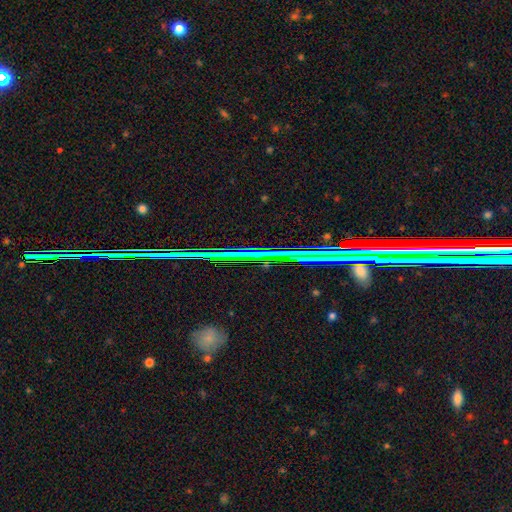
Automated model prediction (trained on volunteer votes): A star or artifact, not a galaxy (77%).

Vote fractions:
- Smooth or featured? star or artifact: 77% / featured or disk: 13% / smooth: 10%